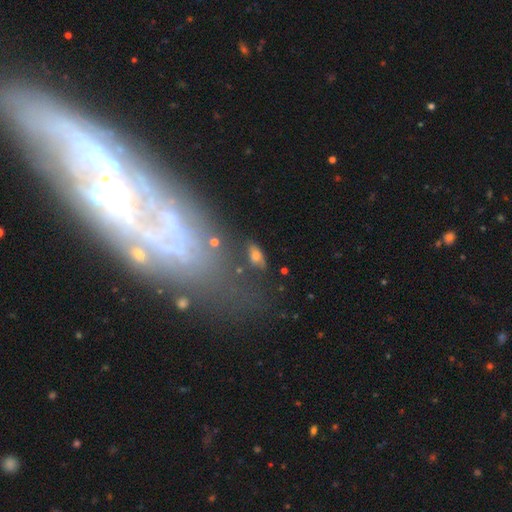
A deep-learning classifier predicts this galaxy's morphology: The model was most divided on "smooth or featured": smooth: 65%, featured or disk: 22%, star or artifact: 13%. More confident: how rounded — in between (80%); merging — none (67%).